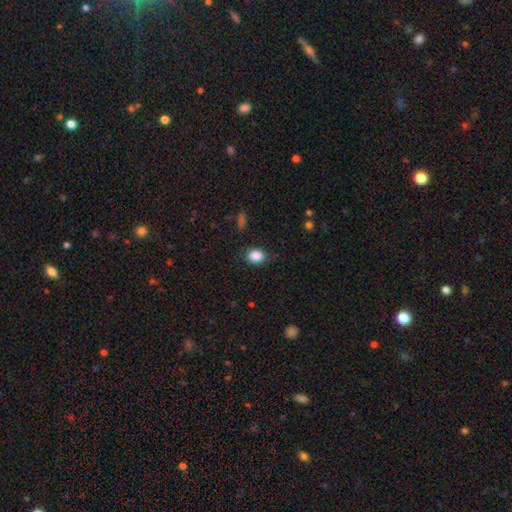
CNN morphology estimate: This appears to be a smooth galaxy with no disk features (86%) that is round (53%). Merging: none (79%).